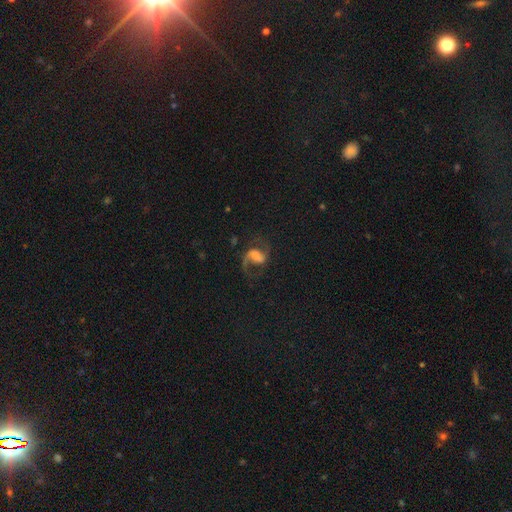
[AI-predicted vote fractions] Smooth or featured: featured or disk — 83% (smooth — 10%)
Edge-on disk: no — 98% (yes — 2%)
Bar: weak — 45% (no — 28%)
Spiral arms: yes — 96% (no — 4%)
Spiral winding: medium — 46% (tied with loose — 46%)
Spiral arm count: 2 — 86% (1 — 9%)
Bulge size: moderate — 29% (small — 27%)
Merging: none — 67% (major disturbance — 17%)